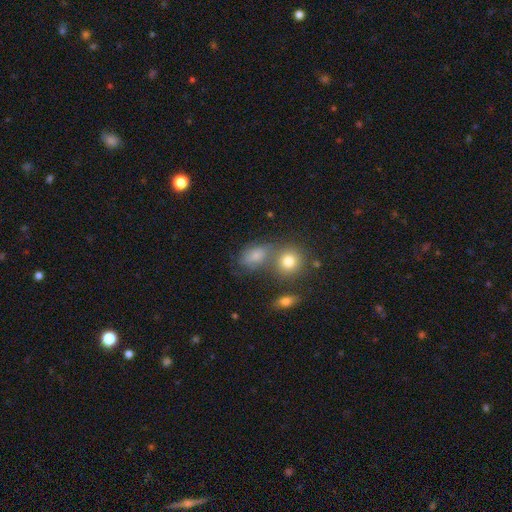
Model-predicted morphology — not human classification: Smooth or featured? Predicted: smooth (p=0.69). How rounded? Predicted: in between (p=0.69). Merging? Predicted: none (p=0.46).